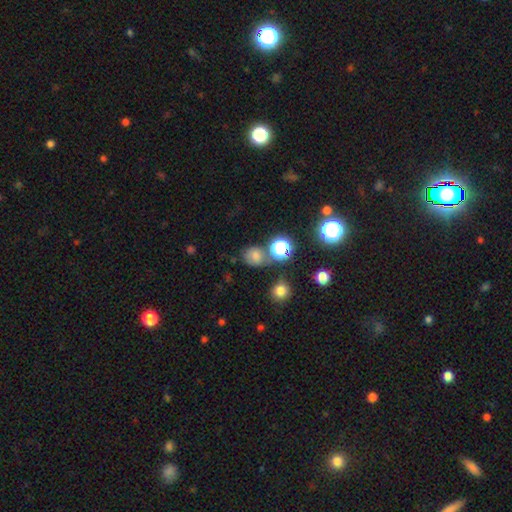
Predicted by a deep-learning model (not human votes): This appears to be a smooth galaxy with no disk features (57%) that is round (70%). Merging: none (71%).